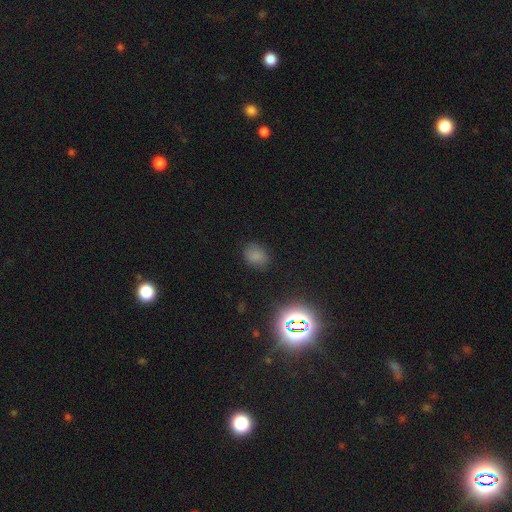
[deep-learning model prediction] A smooth galaxy with no disk features (75%) that is in between round and cigar-shaped (61%). Merging: none (81%).